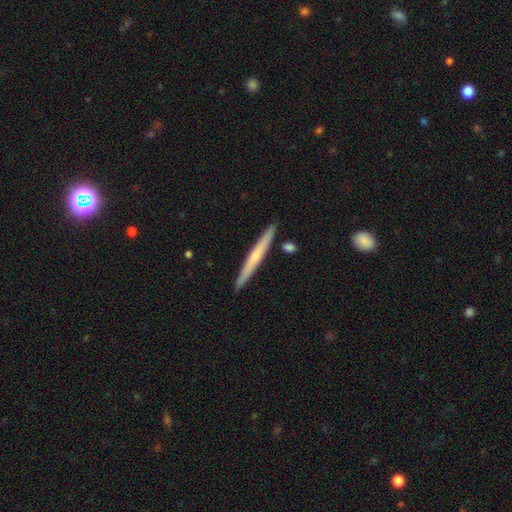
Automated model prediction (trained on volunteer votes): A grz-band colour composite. It shows a featured or disk galaxy (50%). Merging: none (90%).